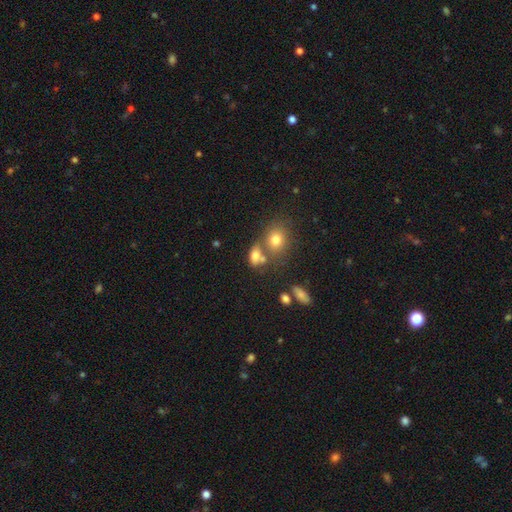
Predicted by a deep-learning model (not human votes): This is likely a smooth galaxy (74%). How rounded: likely in between (71%). Merging: marginally none (43%).